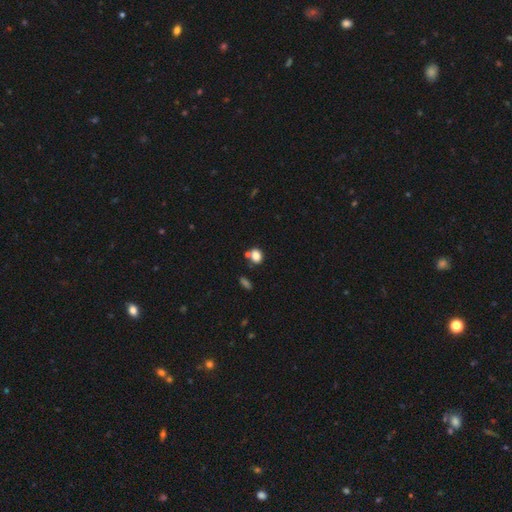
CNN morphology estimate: smooth_or_featured: smooth (p=0.82) [alt: star or artifact p=0.12]
how_rounded: in between (p=0.51) [alt: round p=0.48]
merging: none (p=0.62) [alt: merger p=0.20]